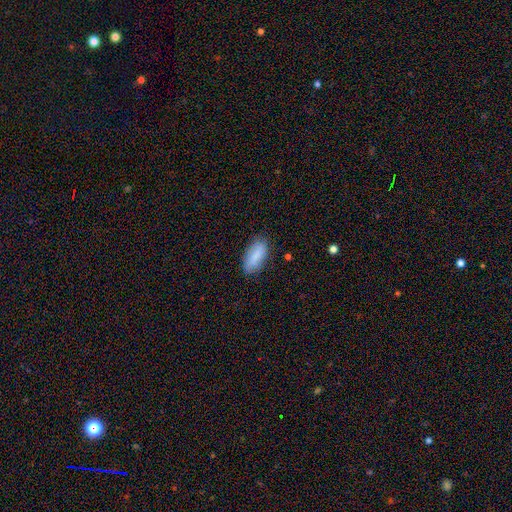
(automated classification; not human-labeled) Smooth or featured: smooth — 80% (featured or disk — 13%)
How rounded: in between — 88% (cigar-shaped — 9%)
Merging: none — 79% (minor disturbance — 16%)